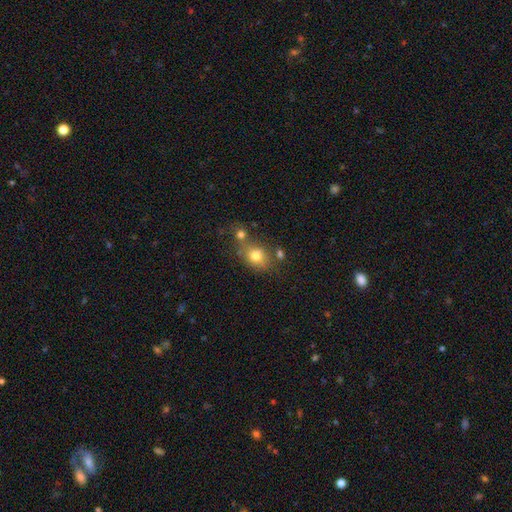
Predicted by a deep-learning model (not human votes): Overall: smooth (75%). How rounded: round (57%; in between 42%). Merging: none (51%; merger 28%).